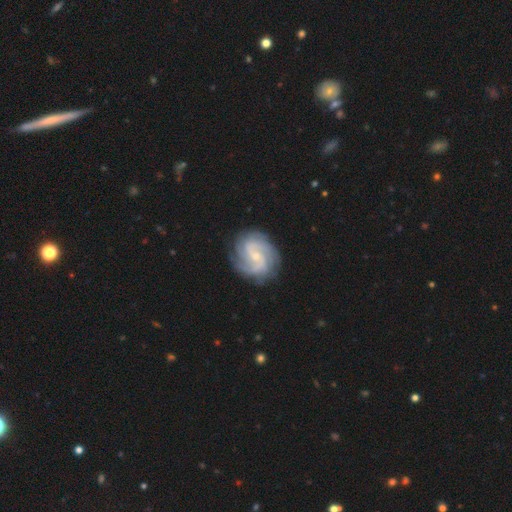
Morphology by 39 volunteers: Volunteers were most divided on "bar": no: 51%, weak: 43%, strong: 6%. Remaining: edge-on disk — no (100%); spiral arms — yes (100%); smooth or featured — featured or disk (90%); merging — none (87%); bulge size — small (77%); spiral winding — tight (51%); spiral arm count — can't tell (40%).